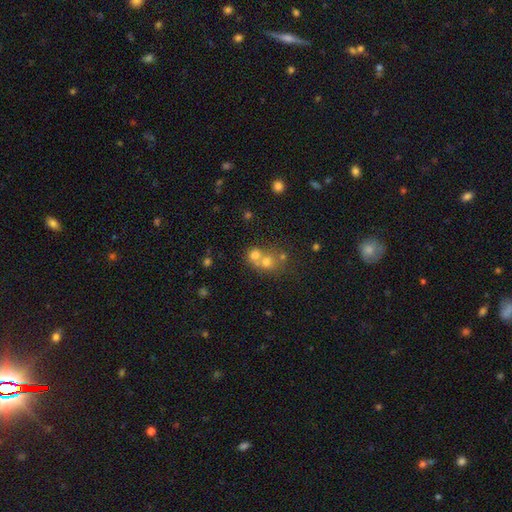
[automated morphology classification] The model was most divided on "merging": merger: 57%, none: 33%, minor disturbance: 6%, major disturbance: 3%. More confident: how rounded — round (78%); smooth or featured — smooth (65%).